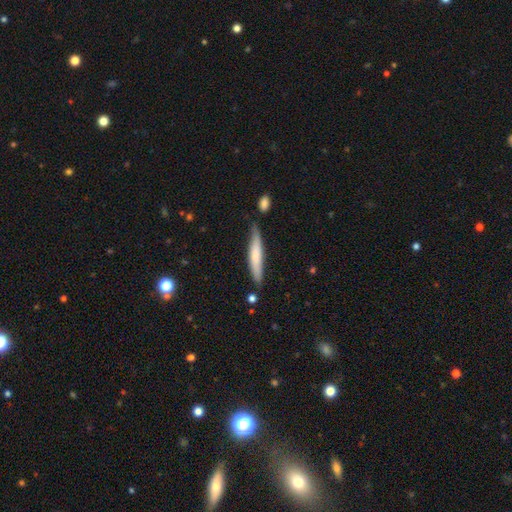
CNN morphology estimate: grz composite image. It shows a smooth galaxy with no disk features (67%) that is cigar-shaped (90%). Merging: none (71%).